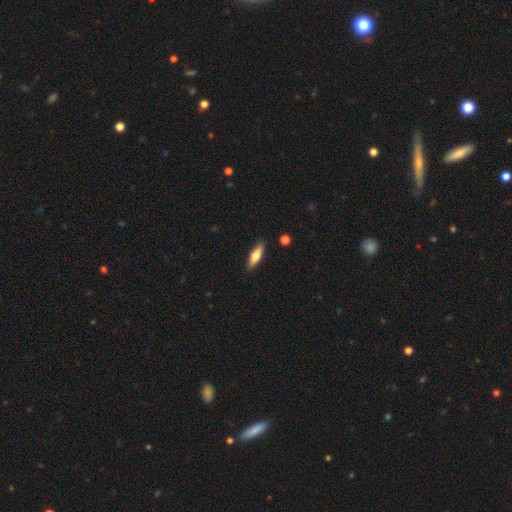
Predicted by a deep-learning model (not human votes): A smooth galaxy with no disk features (64%) that is cigar-shaped (51%). Merging: none (87%).